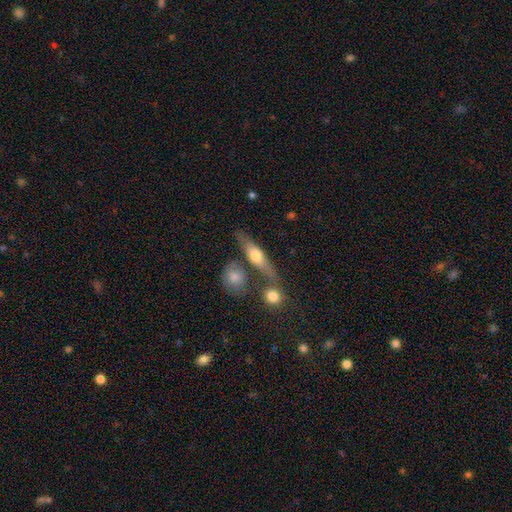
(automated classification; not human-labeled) Overall: smooth (54%; featured or disk 39%). How rounded: cigar-shaped (52%; in between 40%). Merging: none (60%; merger 21%).